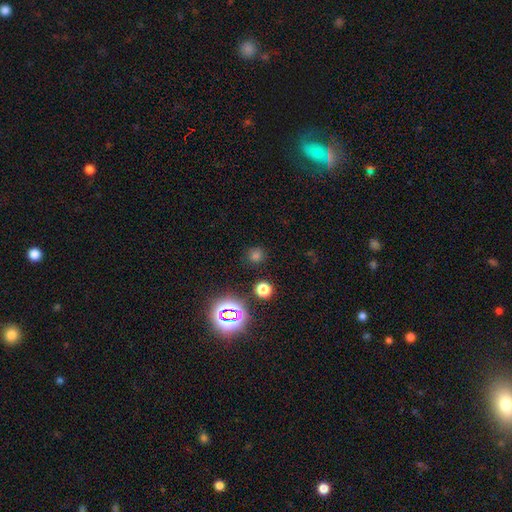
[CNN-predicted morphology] This is likely a smooth galaxy (63%). How rounded: clearly round (89%). Merging: clearly none (85%).